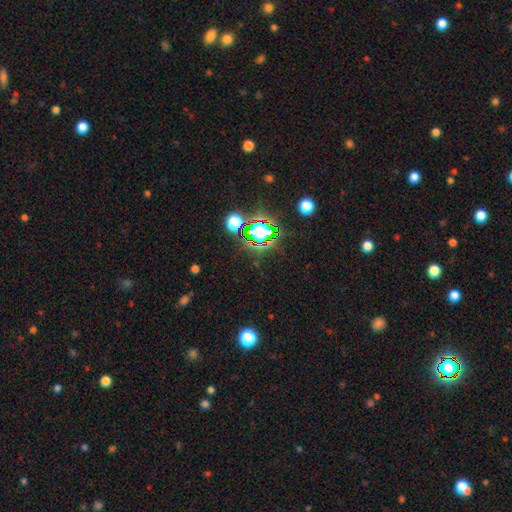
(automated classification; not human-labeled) This is likely a star or artifact rather than a galaxy (79%).